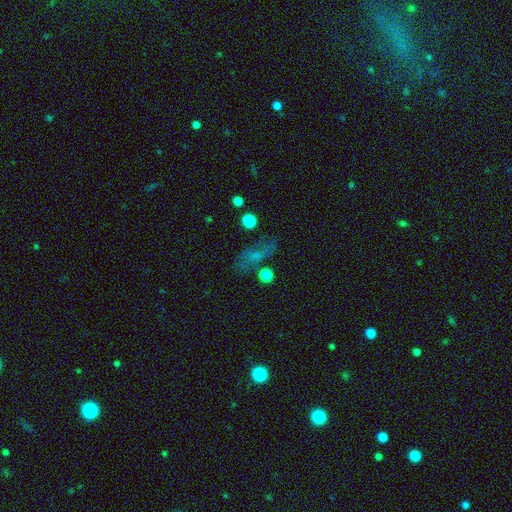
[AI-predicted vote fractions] Q: Smooth or featured?
A: smooth (46%); runner-up: featured or disk (30%)
Q: Merging?
A: none (62%); runner-up: minor disturbance (19%)